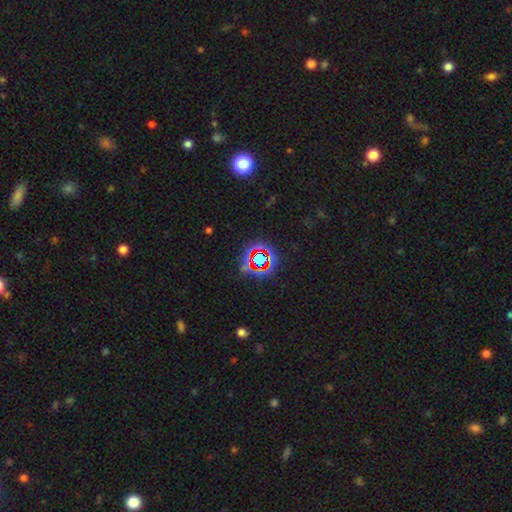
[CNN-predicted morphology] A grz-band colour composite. It shows a star or artifact, not a galaxy (73%).